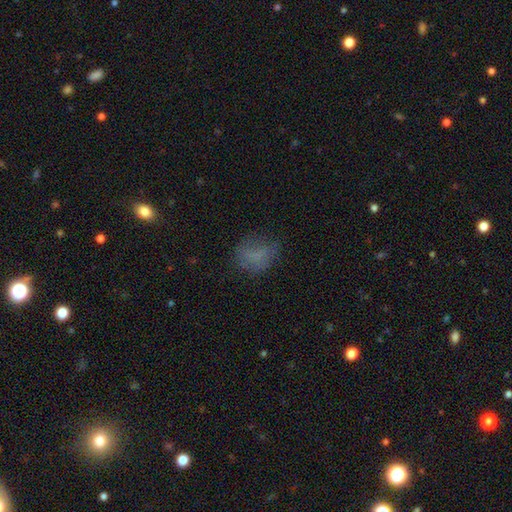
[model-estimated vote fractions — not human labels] smooth 66%, featured or disk 17%, star or artifact 17%. Down the decision tree: how rounded — in between (57%); merging — none (61%).